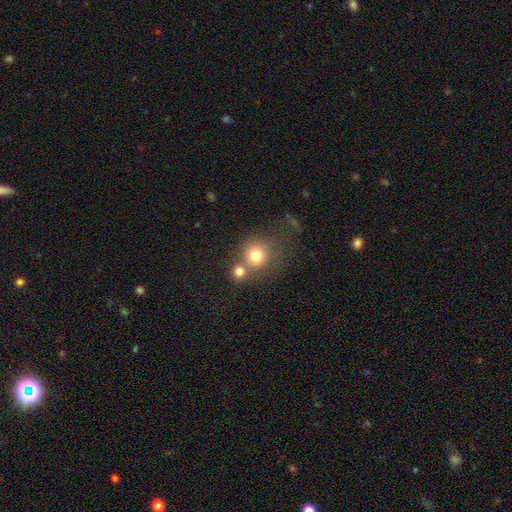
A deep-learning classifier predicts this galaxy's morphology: smooth 76%, star or artifact 12%, featured or disk 12%. Down the decision tree: how rounded — round (86%); merging — none (47%).